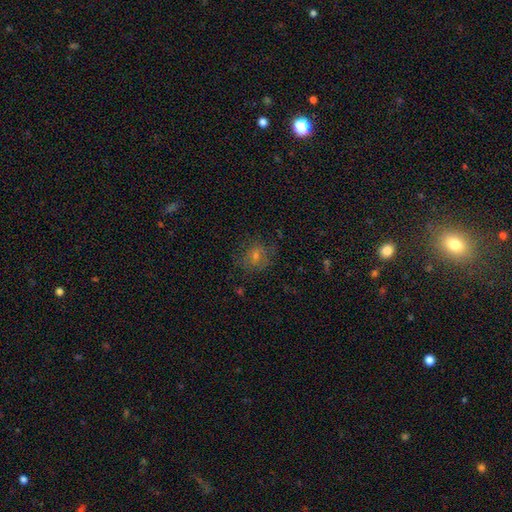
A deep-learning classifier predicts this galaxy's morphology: Smooth or featured?
  - smooth: 48% *
  - star or artifact: 26%
  - featured or disk: 25%
Merging?
  - none: 76% *
  - minor disturbance: 15%
  - major disturbance: 8%
  - merger: 1%